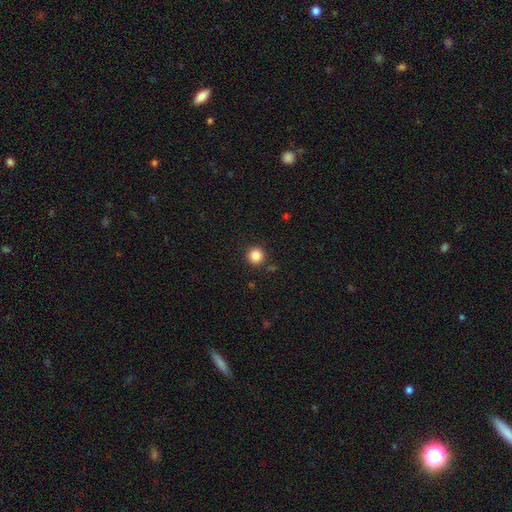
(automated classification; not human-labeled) This is clearly a smooth galaxy (85%). How rounded: clearly round (95%). Merging: clearly none (90%).